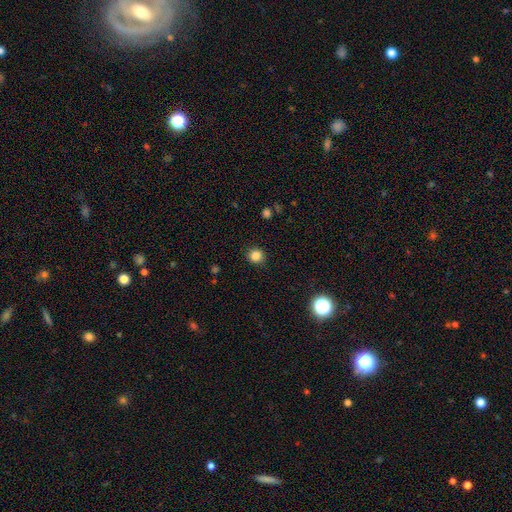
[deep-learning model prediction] smooth_or_featured: smooth (p=0.84) [alt: star or artifact p=0.12]
how_rounded: round (p=0.91) [alt: in between p=0.08]
merging: none (p=0.90) [alt: minor disturbance p=0.06]